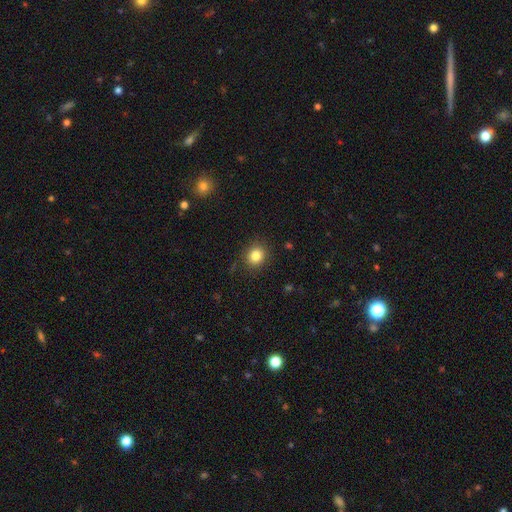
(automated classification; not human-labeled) Overall: smooth (83%). How rounded: round (80%). Merging: none (88%).